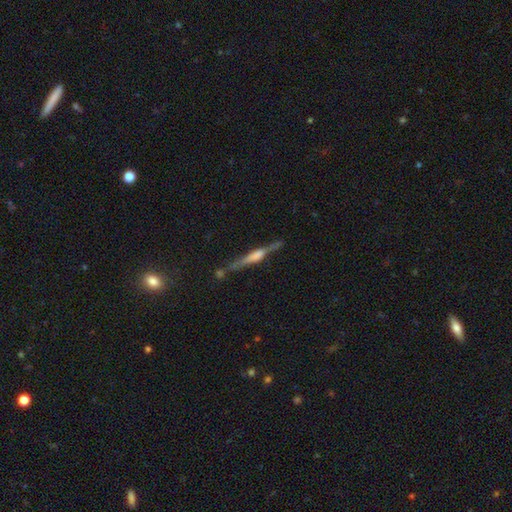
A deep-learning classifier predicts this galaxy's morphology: Smooth or featured: featured or disk — 72% (smooth — 21%)
Edge-on disk: yes — 96% (no — 4%)
Edge-on bulge: rounded — 48% (boxy — 40%)
Merging: none — 71% (minor disturbance — 17%)